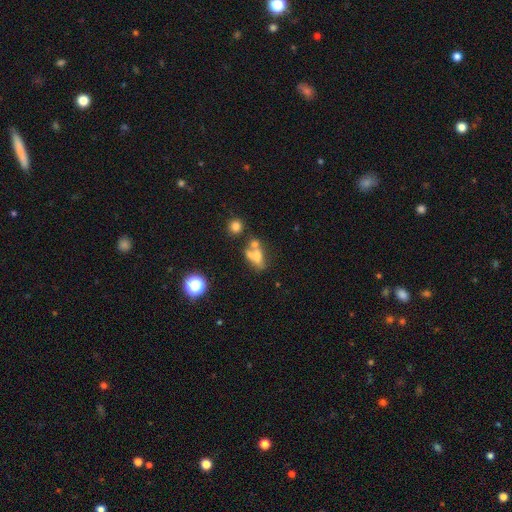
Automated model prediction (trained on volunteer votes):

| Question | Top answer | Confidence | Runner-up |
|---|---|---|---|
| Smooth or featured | smooth | 50% | featured or disk (32%) |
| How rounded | in between | 66% | round (17%) |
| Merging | merger | 41% | none (29%) |